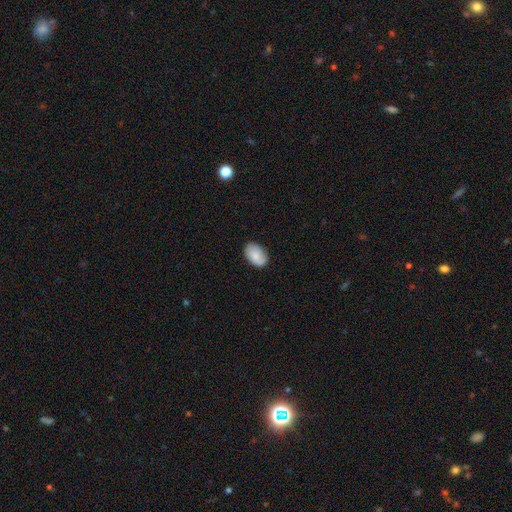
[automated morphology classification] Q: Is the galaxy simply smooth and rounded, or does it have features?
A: smooth — 82%.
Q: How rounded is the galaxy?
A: in between — 91%.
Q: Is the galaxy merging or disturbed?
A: none — 81%.